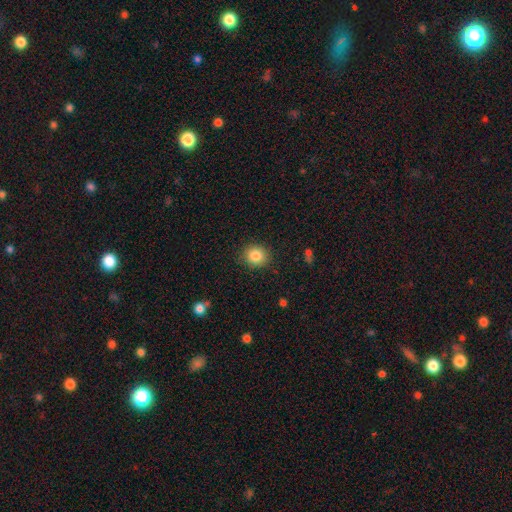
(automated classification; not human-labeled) Smooth or featured? Predicted: smooth (p=0.85). How rounded? Predicted: round (p=0.84). Merging? Predicted: none (p=0.88).